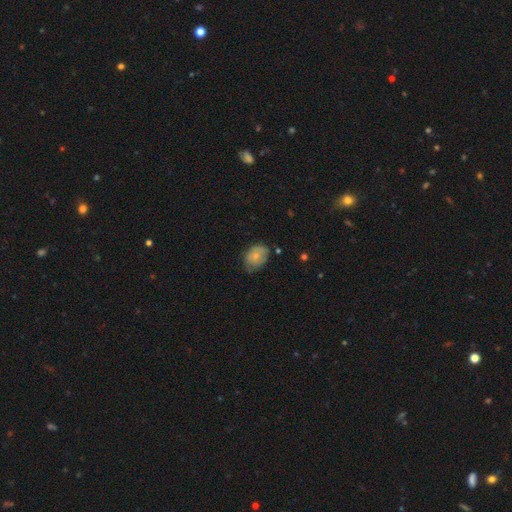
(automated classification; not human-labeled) Smooth or featured? Predicted: smooth (p=0.69). How rounded? Predicted: in between (p=0.70). Merging? Predicted: none (p=0.56).